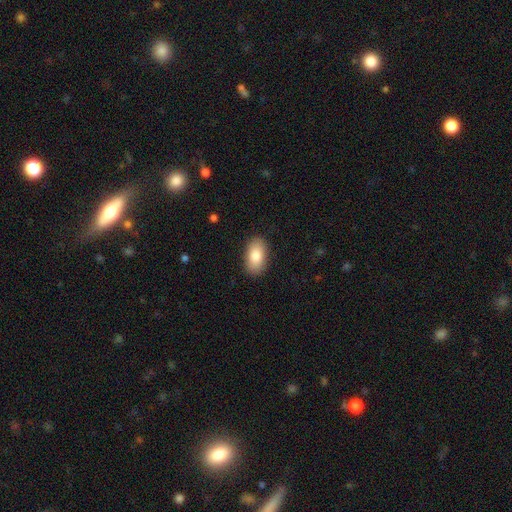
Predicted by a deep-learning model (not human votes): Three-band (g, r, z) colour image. It shows a smooth galaxy with no disk features (84%) that is in between round and cigar-shaped (94%). Merging: none (88%).